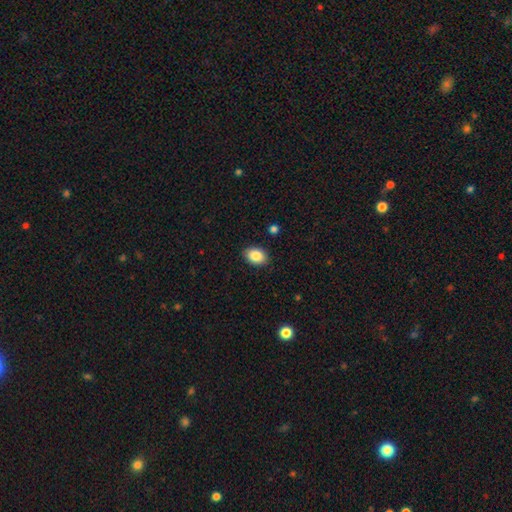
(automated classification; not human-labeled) This appears to be a smooth galaxy with no disk features (87%) that is in between round and cigar-shaped (79%). Merging: none (88%).